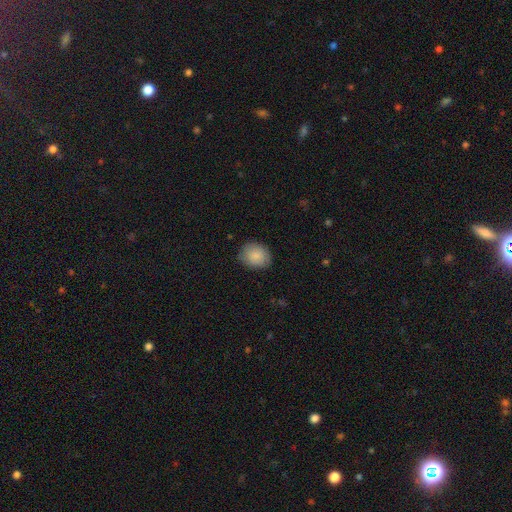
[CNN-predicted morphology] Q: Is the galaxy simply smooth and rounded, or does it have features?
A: smooth — 87%.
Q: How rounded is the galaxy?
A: round — 57%.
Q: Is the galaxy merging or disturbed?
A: none — 82%.